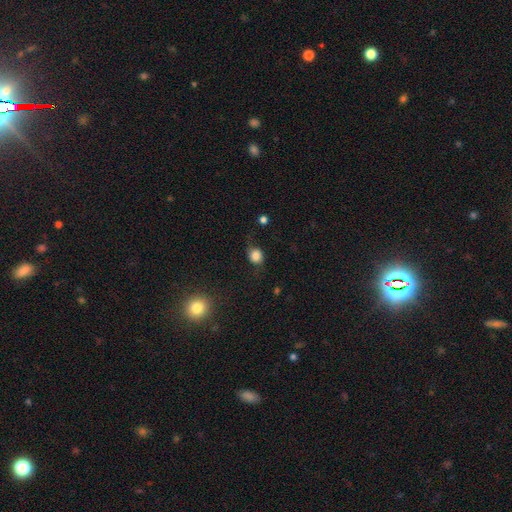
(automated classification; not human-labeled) Smooth or featured? Predicted: smooth (p=0.78). How rounded? Predicted: round (p=0.65). Merging? Predicted: none (p=0.64).